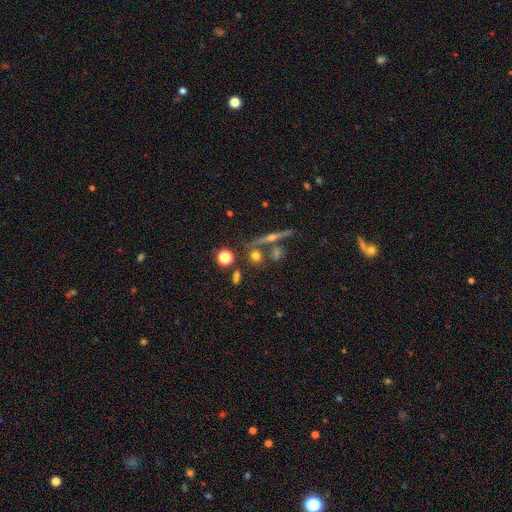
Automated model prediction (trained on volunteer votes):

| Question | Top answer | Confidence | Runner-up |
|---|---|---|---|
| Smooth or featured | smooth | 55% | featured or disk (28%) |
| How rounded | round | 78% | in between (14%) |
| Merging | none | 71% | merger (16%) |